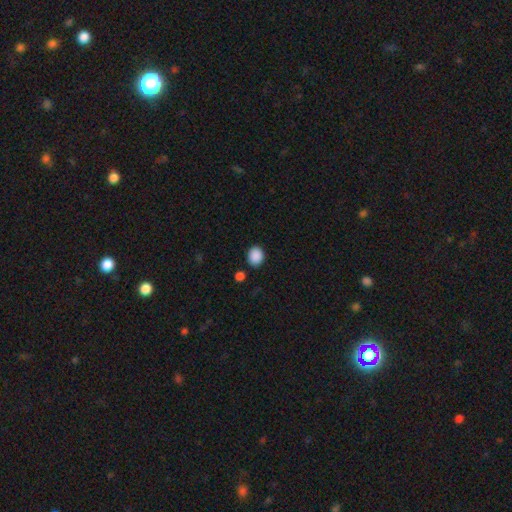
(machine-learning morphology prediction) This is clearly a smooth galaxy (89%). How rounded: possibly round (57%). Merging: clearly none (86%).